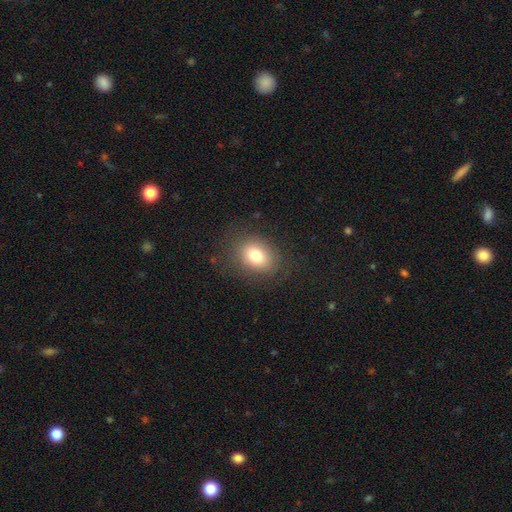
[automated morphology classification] smooth 78%, featured or disk 11%, star or artifact 11%. Down the decision tree: how rounded — in between (62%); merging — none (82%).